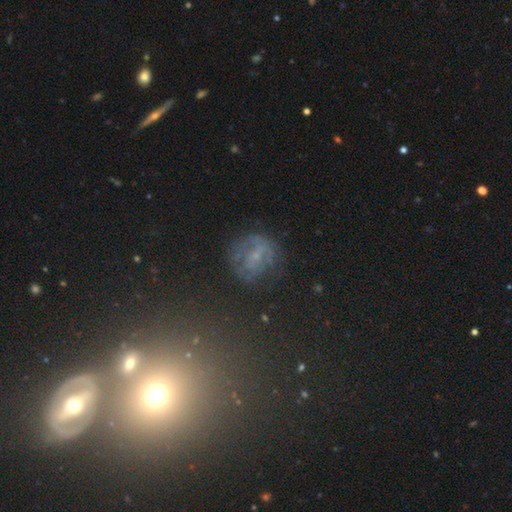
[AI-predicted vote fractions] featured or disk 45%, smooth 30%, star or artifact 26%. Down the decision tree: merging — none (66%).